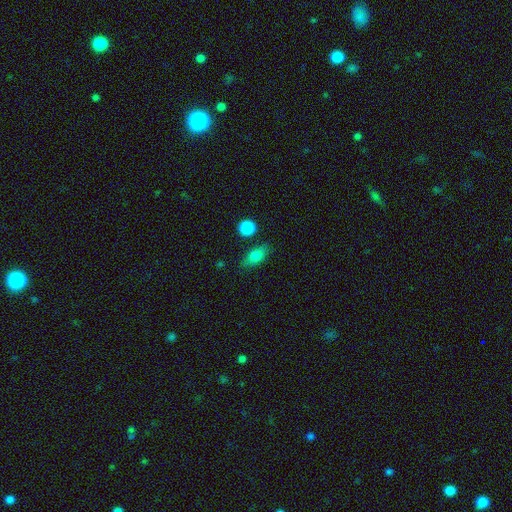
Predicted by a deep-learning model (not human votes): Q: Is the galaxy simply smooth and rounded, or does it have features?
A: smooth — 79%.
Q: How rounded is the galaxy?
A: in between — 79%.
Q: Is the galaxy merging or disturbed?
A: none — 77%.